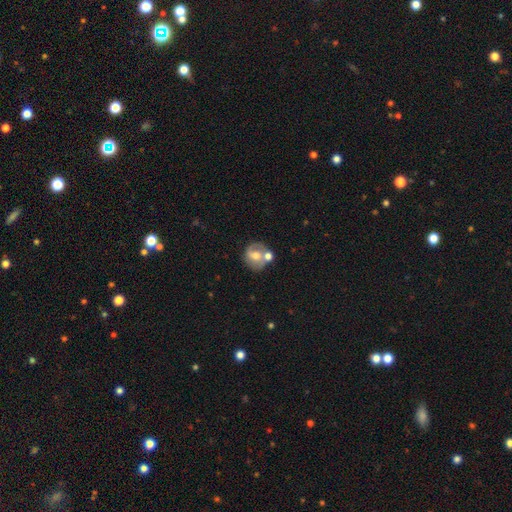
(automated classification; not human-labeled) featured or disk 54%, smooth 39%, star or artifact 8%. Down the decision tree: edge-on disk — no (97%); bar — no (49%); spiral arms — yes (64%); bulge size — moderate (66%); merging — none (50%).